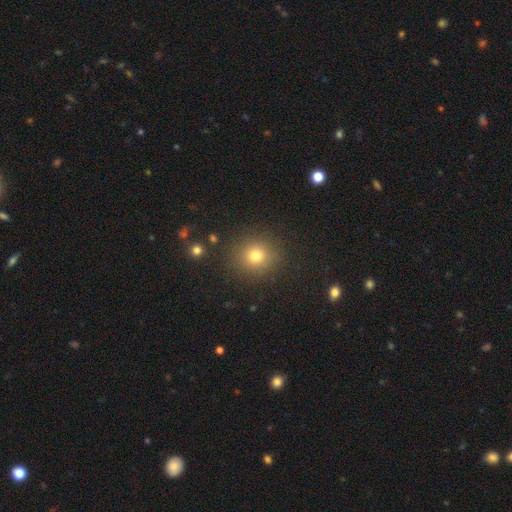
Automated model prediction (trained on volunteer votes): Smooth or featured? Predicted: smooth (p=0.76). How rounded? Predicted: round (p=0.87). Merging? Predicted: none (p=0.87).